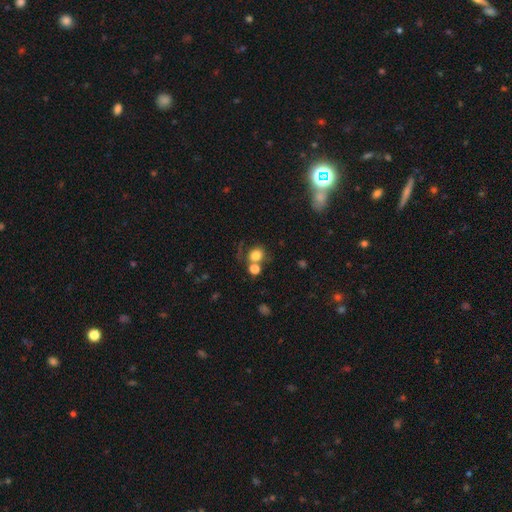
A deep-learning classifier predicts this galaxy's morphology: Smooth or featured?
  - smooth: 78% *
  - star or artifact: 12%
  - featured or disk: 10%
How rounded?
  - round: 76% *
  - in between: 23%
  - cigar-shaped: 1%
Merging?
  - none: 49% *
  - merger: 30%
  - minor disturbance: 13%
  - major disturbance: 9%